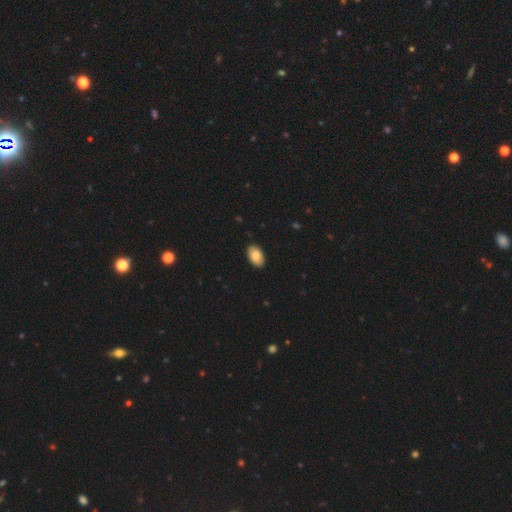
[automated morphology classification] Smooth or featured: smooth — 84% (featured or disk — 10%)
How rounded: in between — 93% (round — 5%)
Merging: none — 90% (minor disturbance — 7%)